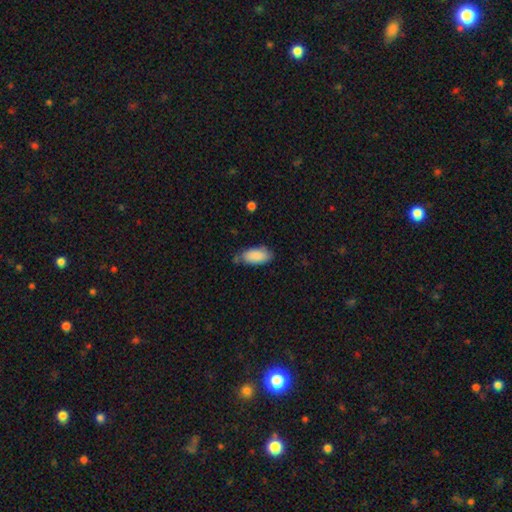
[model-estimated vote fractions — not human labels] Morphology: type=smooth (89%); roundness=in between (91%); merging=none (68%).